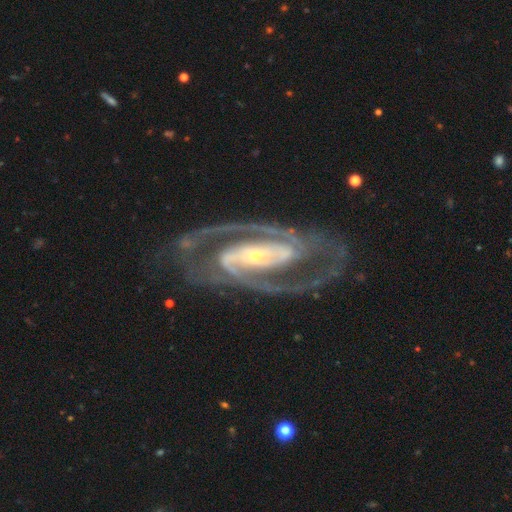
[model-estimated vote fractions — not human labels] A featured or disk galaxy (93%) with a strong bar (52%), 2 (89%) medium (49%) spiral arms (98%) and a small central bulge (68%). Merging: none (78%).